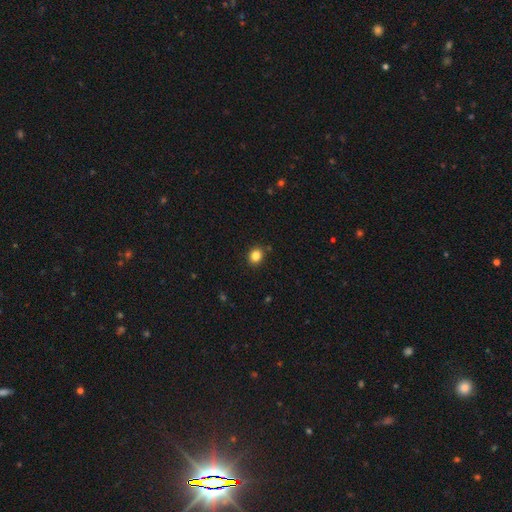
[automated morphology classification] This is clearly a smooth galaxy (84%). How rounded: likely round (72%). Merging: clearly none (88%).